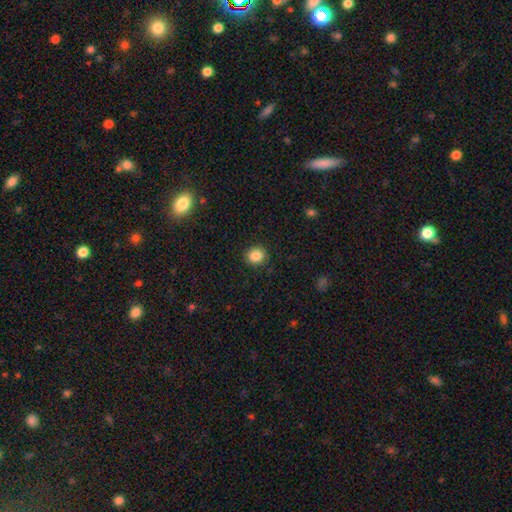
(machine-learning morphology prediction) A smooth galaxy with no disk features (85%) that is round (82%). Merging: none (90%).